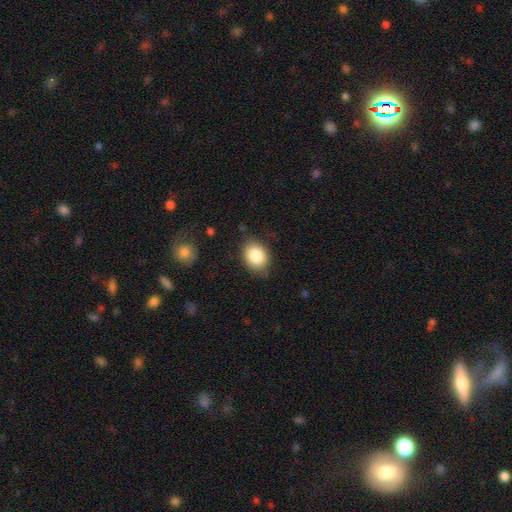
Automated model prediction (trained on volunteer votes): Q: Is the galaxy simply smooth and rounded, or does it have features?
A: smooth — 85%.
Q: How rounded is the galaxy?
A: in between — 61%.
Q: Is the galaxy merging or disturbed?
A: none — 80%.